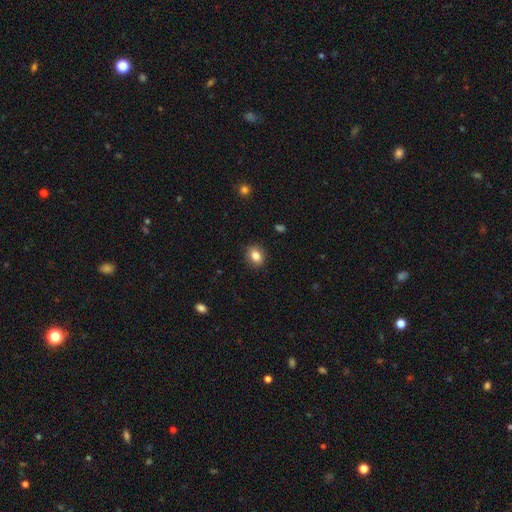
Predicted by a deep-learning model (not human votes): smooth-or-featured: smooth: 83% | star or artifact: 10% | featured or disk: 7%
  how-rounded: in between: 55% | round: 44% | cigar-shaped: 1%
  merging: none: 87% | minor disturbance: 10% | major disturbance: 2% | merger: 1%